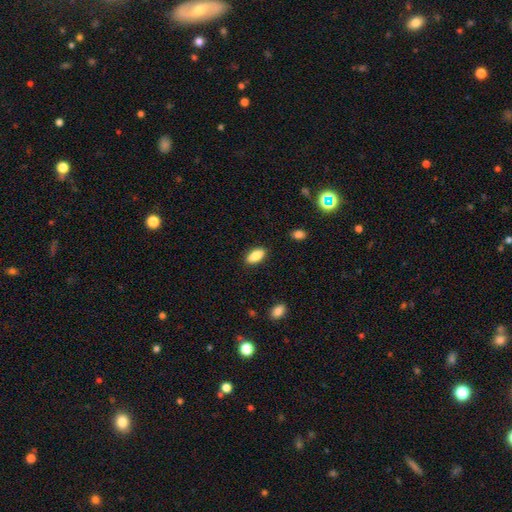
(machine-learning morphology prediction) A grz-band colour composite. It shows a smooth galaxy with no disk features (85%) that is in between round and cigar-shaped (87%). Merging: none (88%).